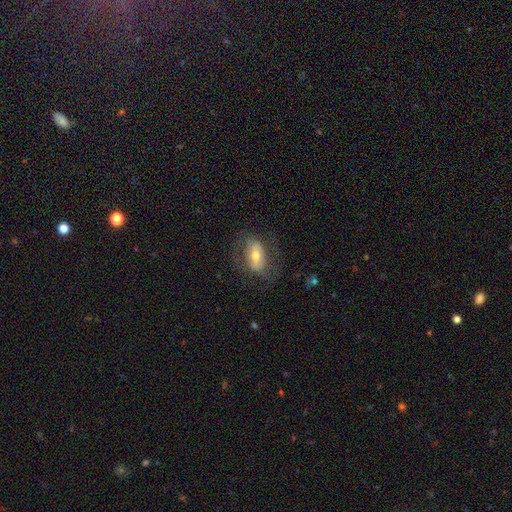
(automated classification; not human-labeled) Smooth or featured? featured or disk (52%)
Edge-on disk? no (87%)
Merging? none (67%)